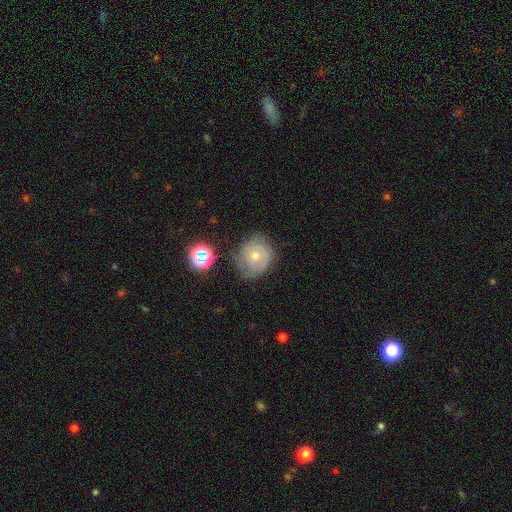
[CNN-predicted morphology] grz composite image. It shows a smooth galaxy with no disk features (46%). Merging: none (59%).